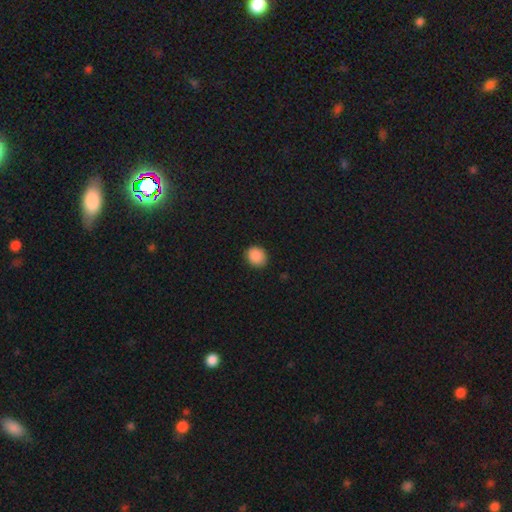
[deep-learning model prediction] smooth 89%, star or artifact 9%, featured or disk 2%. Down the decision tree: how rounded — round (72%); merging — none (88%).